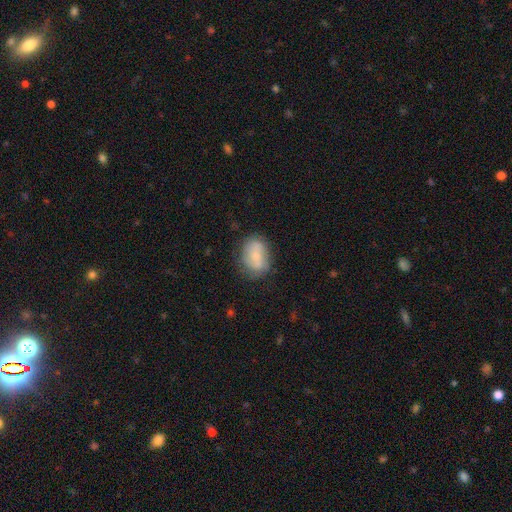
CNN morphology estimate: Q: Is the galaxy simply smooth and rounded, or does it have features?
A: smooth — 55%.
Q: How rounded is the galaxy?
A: in between — 70%.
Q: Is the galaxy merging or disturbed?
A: none — 70%.